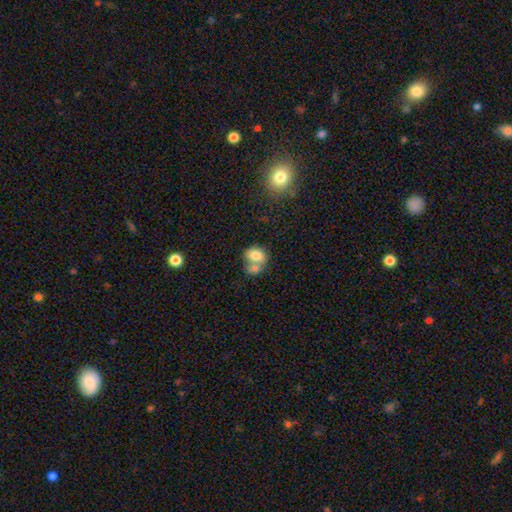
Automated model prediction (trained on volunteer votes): A smooth galaxy with no disk features (75%) that is in between round and cigar-shaped (54%).

Vote fractions:
- Smooth or featured? smooth: 75% / featured or disk: 16% / star or artifact: 9%
- How rounded? in between: 54% / round: 45% / cigar-shaped: 1%
- Merging? merger: 59% / none: 27% / minor disturbance: 9% / major disturbance: 5%